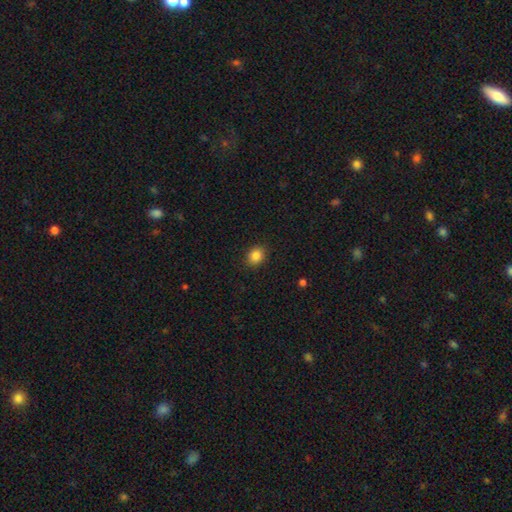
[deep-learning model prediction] This appears to be a smooth galaxy with no disk features (85%) that is round (54%). Merging: none (89%).